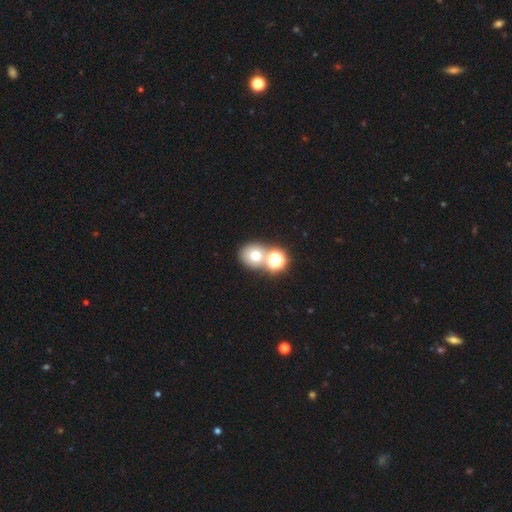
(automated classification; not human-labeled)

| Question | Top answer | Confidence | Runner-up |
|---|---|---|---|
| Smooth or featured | smooth | 65% | star or artifact (21%) |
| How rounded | round | 76% | in between (23%) |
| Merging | none | 55% | merger (34%) |